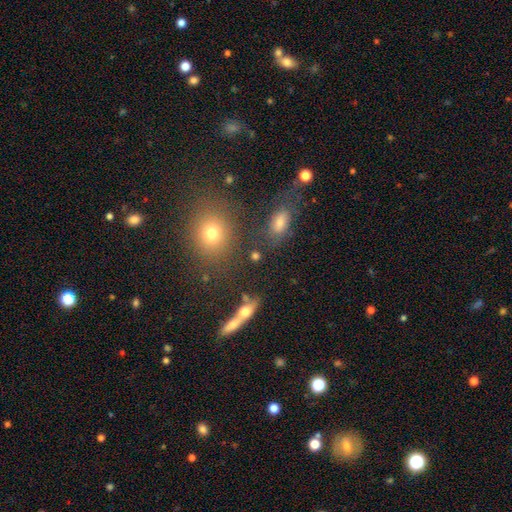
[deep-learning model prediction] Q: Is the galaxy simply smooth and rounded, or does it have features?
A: smooth — 57%.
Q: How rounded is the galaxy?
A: in between — 52%.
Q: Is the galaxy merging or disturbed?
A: none — 65%.